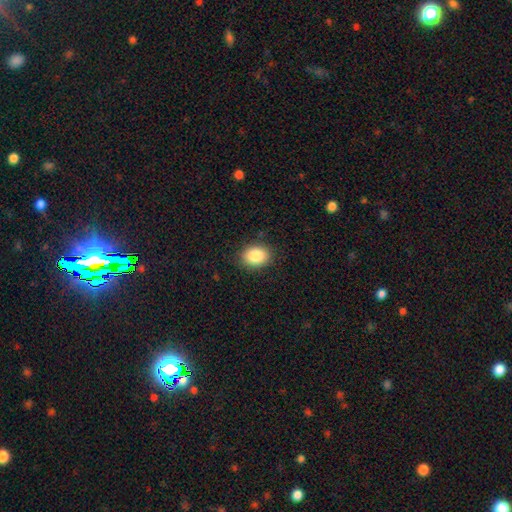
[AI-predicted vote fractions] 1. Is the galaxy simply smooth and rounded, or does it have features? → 86% smooth, 8% star or artifact, 6% featured or disk.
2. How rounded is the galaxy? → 60% in between, 39% round, 1% cigar-shaped.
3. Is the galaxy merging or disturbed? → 87% none, 10% minor disturbance, 3% major disturbance, 1% merger.